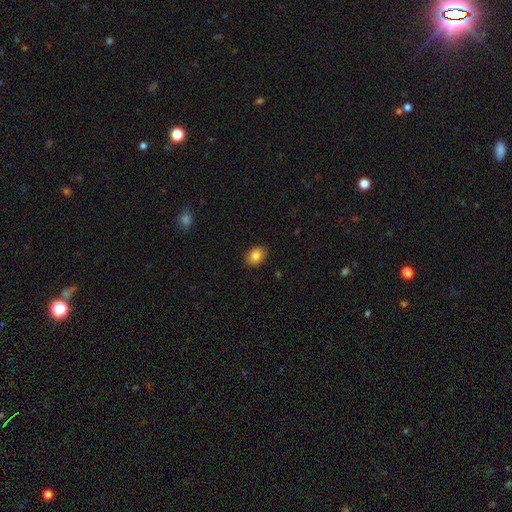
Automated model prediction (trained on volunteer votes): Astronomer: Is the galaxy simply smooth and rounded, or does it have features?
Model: smooth — 85%.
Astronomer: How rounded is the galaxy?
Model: in between — 67%.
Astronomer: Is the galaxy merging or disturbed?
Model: none — 88%.